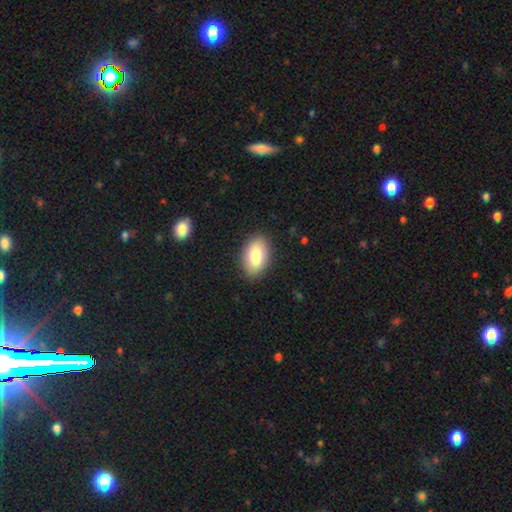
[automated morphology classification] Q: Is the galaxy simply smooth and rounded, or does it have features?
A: smooth — 80%.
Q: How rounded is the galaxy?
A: in between — 91%.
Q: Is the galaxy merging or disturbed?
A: none — 88%.